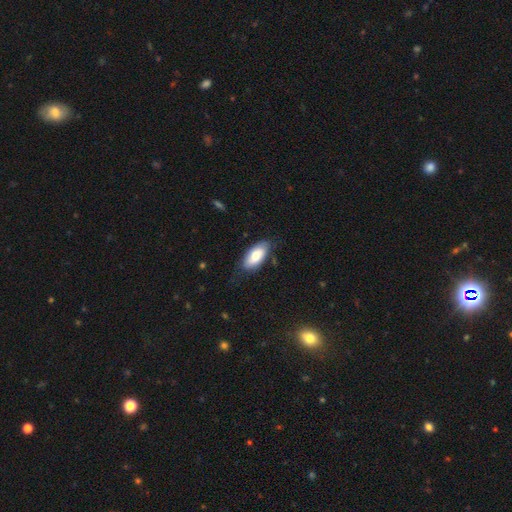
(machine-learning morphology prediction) A smooth galaxy with no disk features (73%) that is in between round and cigar-shaped (91%).

Vote fractions:
- Smooth or featured? smooth: 73% / featured or disk: 21% / star or artifact: 6%
- How rounded? in between: 91% / cigar-shaped: 7% / round: 2%
- Merging? none: 72% / minor disturbance: 21% / major disturbance: 5% / merger: 2%